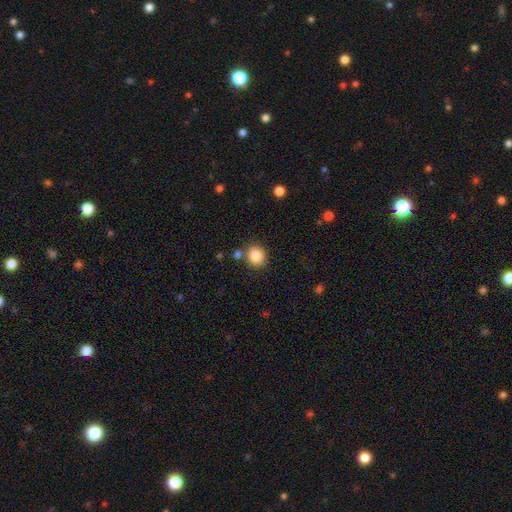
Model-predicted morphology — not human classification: A smooth galaxy with no disk features (87%) that is round (83%).

Vote fractions:
- Smooth or featured? smooth: 87% / star or artifact: 9% / featured or disk: 4%
- How rounded? round: 83% / in between: 16% / cigar-shaped: 1%
- Merging? none: 79% / minor disturbance: 9% / merger: 8% / major disturbance: 3%